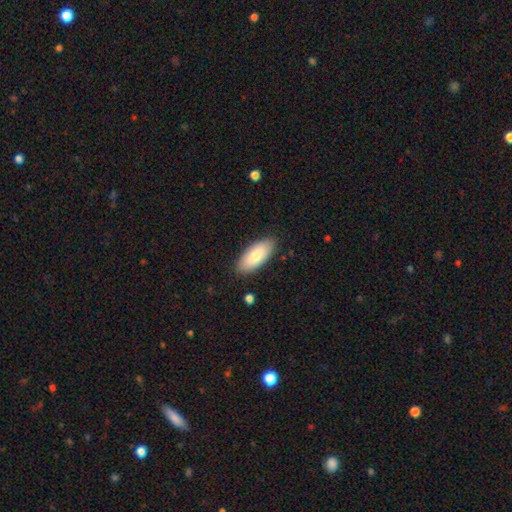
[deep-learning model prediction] The model was most divided on "smooth or featured": smooth: 82%, featured or disk: 13%, star or artifact: 6%. More confident: merging — none (86%); how rounded — in between (85%).